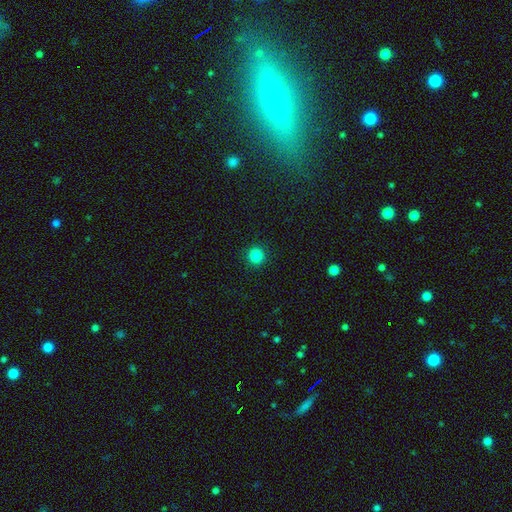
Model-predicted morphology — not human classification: The model was most divided on "smooth or featured": smooth: 85%, star or artifact: 12%, featured or disk: 3%. More confident: how rounded — round (95%); merging — none (92%).